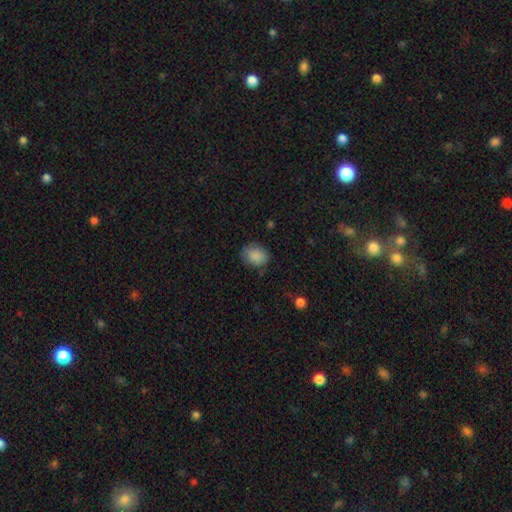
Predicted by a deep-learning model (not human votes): Smooth or featured? Predicted: smooth (p=0.87). How rounded? Predicted: in between (p=0.54). Merging? Predicted: none (p=0.75).